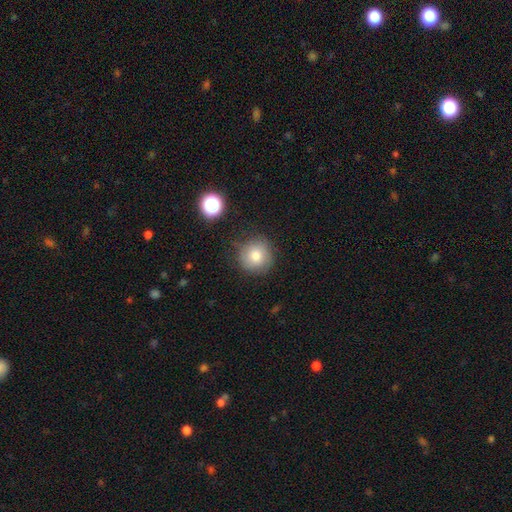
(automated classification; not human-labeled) The model was most divided on "merging": none: 81%, minor disturbance: 13%, major disturbance: 4%, merger: 2%. More confident: how rounded — round (93%); smooth or featured — smooth (79%).